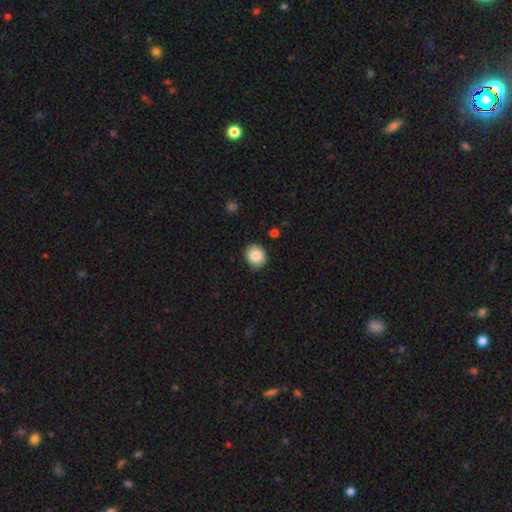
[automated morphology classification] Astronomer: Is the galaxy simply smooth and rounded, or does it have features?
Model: smooth — 86%.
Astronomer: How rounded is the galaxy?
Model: round — 76%.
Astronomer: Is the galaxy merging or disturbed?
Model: none — 88%.